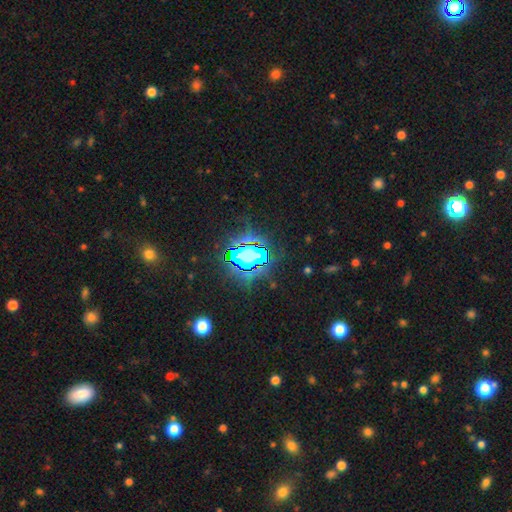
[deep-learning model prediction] Overall: star or artifact (79%).